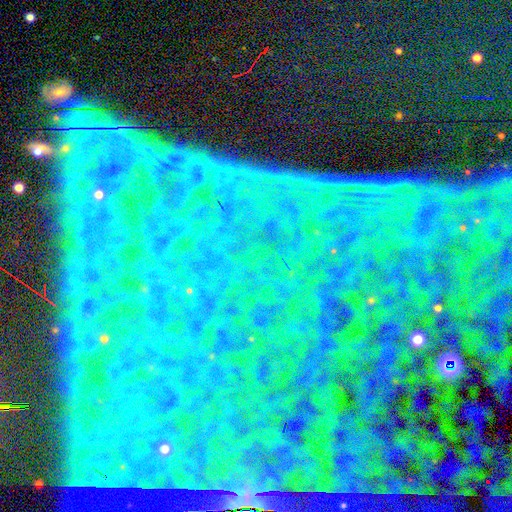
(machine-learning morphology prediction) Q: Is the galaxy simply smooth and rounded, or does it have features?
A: star or artifact — 87%.